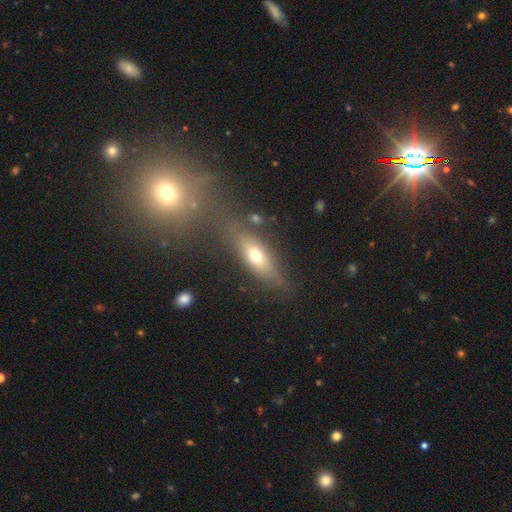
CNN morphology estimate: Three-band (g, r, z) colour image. It shows a smooth galaxy with no disk features (60%) that is in between round and cigar-shaped (60%). Merging: none (67%).